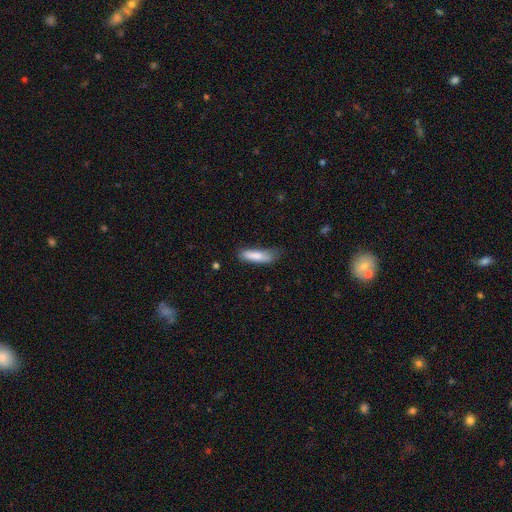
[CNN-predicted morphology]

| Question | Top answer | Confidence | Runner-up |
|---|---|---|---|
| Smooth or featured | smooth | 82% | featured or disk (12%) |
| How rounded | cigar-shaped | 66% | in between (33%) |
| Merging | none | 55% | minor disturbance (32%) |